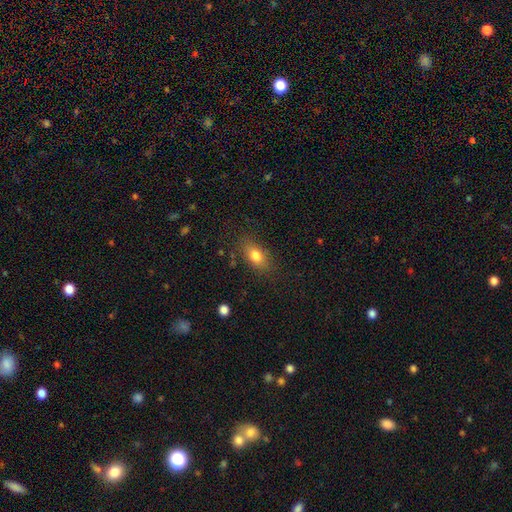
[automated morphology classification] A smooth galaxy with no disk features (80%) that is in between round and cigar-shaped (84%). Merging: none (81%).